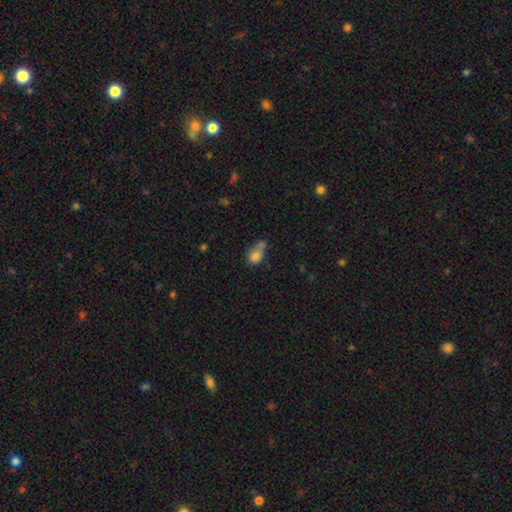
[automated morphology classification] This is likely a smooth galaxy (77%). How rounded: possibly in between (58%). Merging: possibly merger (49%).